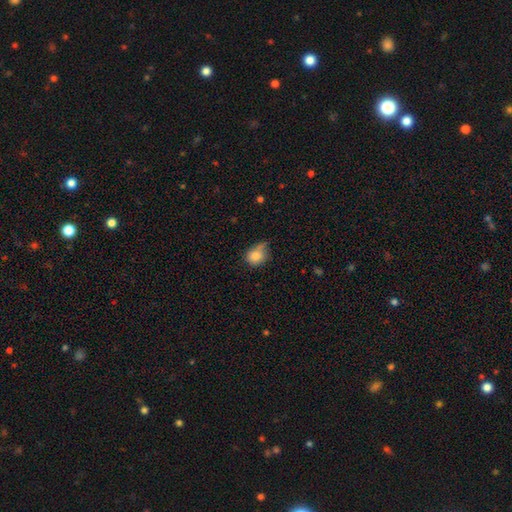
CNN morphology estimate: smooth-or-featured: smooth: 82% | star or artifact: 9% | featured or disk: 9%
  how-rounded: round: 60% | in between: 39% | cigar-shaped: 1%
  merging: none: 41% | minor disturbance: 38% | major disturbance: 13% | merger: 8%